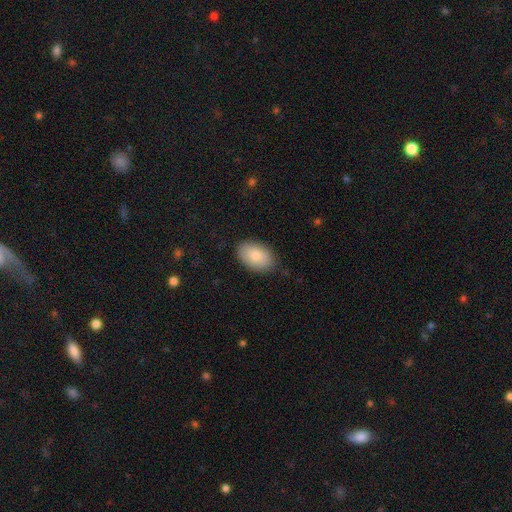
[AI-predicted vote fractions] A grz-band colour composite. It shows a smooth galaxy with no disk features (84%) that is in between round and cigar-shaped (90%). Merging: none (84%).